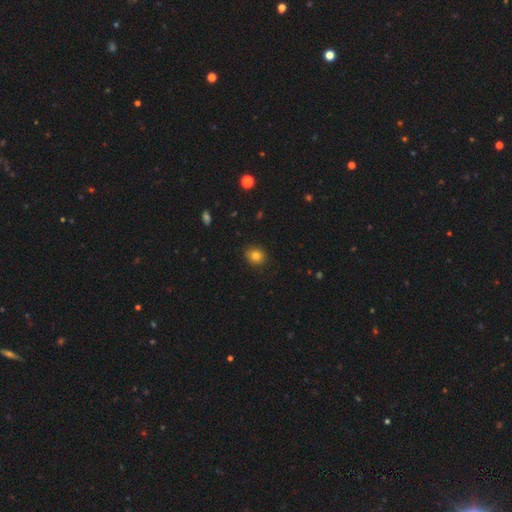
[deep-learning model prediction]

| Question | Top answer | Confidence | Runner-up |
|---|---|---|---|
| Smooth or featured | smooth | 81% | star or artifact (12%) |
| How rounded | round | 76% | in between (23%) |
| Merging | none | 89% | minor disturbance (8%) |